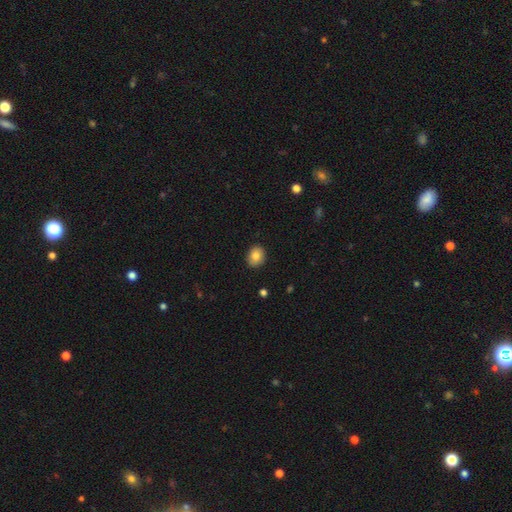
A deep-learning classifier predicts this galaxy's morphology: This appears to be a smooth galaxy with no disk features (84%) that is round (55%). Merging: none (89%).